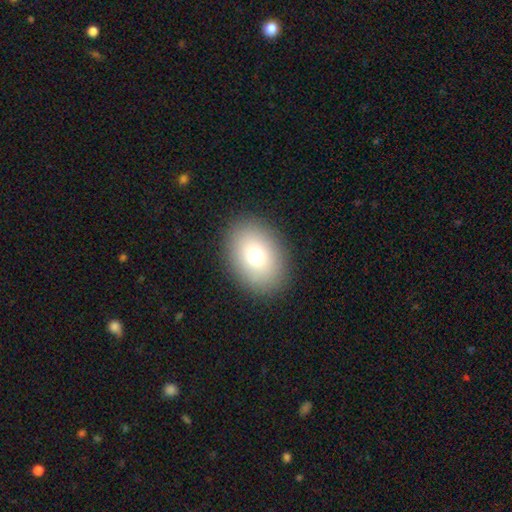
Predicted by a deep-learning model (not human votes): Smooth or featured?
  - smooth: 73% *
  - featured or disk: 15%
  - star or artifact: 12%
How rounded?
  - in between: 73% *
  - round: 26%
  - cigar-shaped: 1%
Merging?
  - none: 88% *
  - minor disturbance: 7%
  - major disturbance: 3%
  - merger: 1%